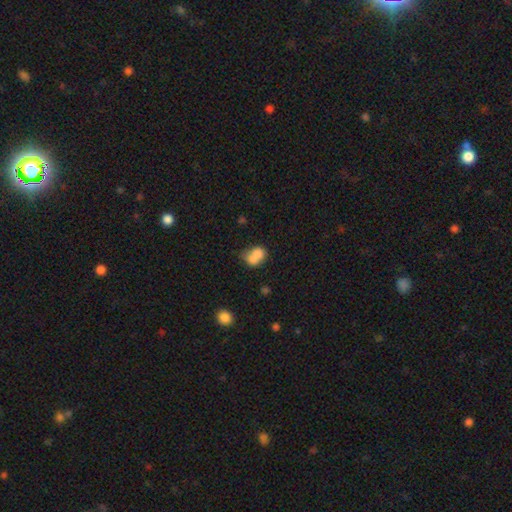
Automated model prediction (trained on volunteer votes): Smooth or featured: smooth — 73% (featured or disk — 18%)
How rounded: in between — 56% (round — 43%)
Merging: merger — 61% (none — 23%)